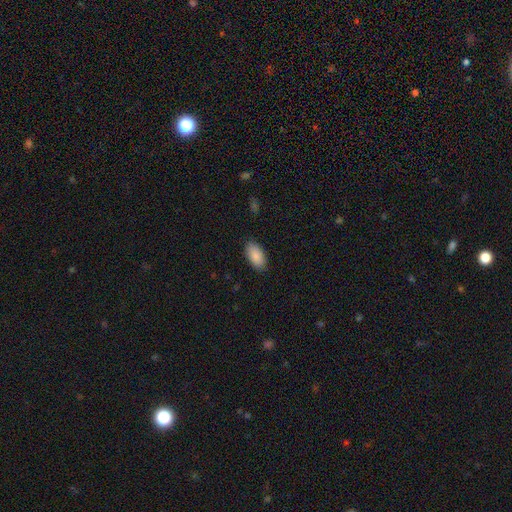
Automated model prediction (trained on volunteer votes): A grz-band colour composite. It shows a smooth galaxy with no disk features (89%) that is in between round and cigar-shaped (95%). Merging: none (86%).